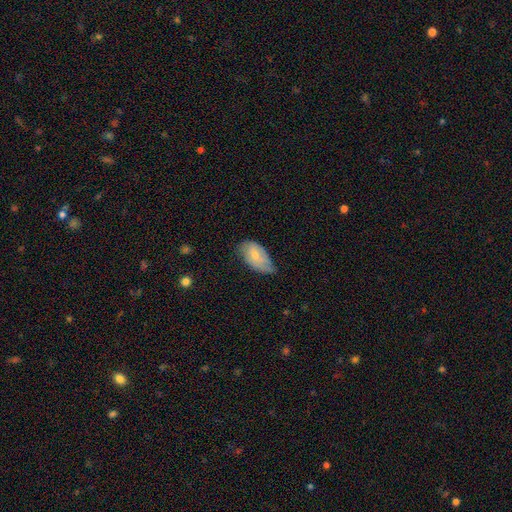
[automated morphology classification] smooth 63%, featured or disk 31%, star or artifact 6%. Down the decision tree: how rounded — in between (93%); merging — minor disturbance (45%).